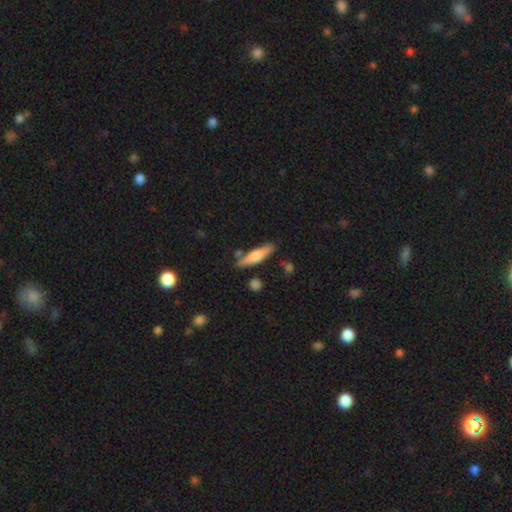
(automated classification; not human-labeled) This appears to be a smooth galaxy with no disk features (59%) that is cigar-shaped (76%). Merging: none (78%).